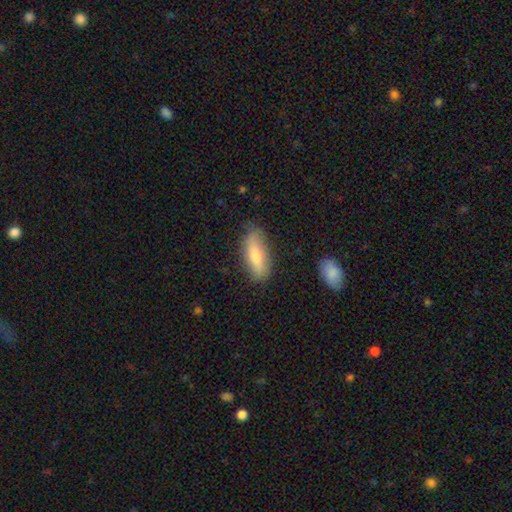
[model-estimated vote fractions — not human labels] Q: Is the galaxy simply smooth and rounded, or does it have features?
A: smooth — 70%.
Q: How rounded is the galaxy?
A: in between — 58%.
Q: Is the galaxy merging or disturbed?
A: none — 78%.